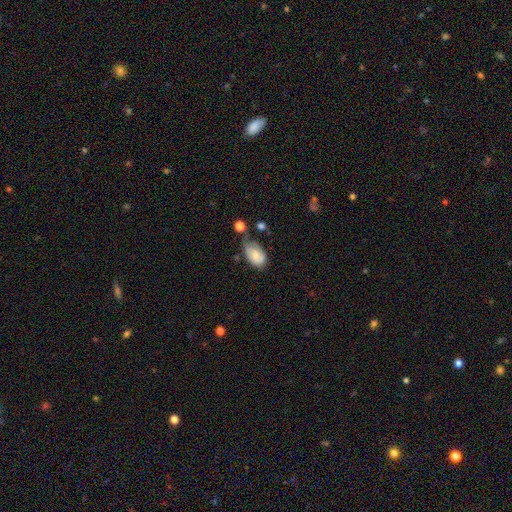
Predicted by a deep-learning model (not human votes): smooth-or-featured: smooth: 66% | featured or disk: 26% | star or artifact: 8%
  how-rounded: in between: 91% | round: 7% | cigar-shaped: 2%
  merging: none: 43% | minor disturbance: 36% | major disturbance: 13% | merger: 9%